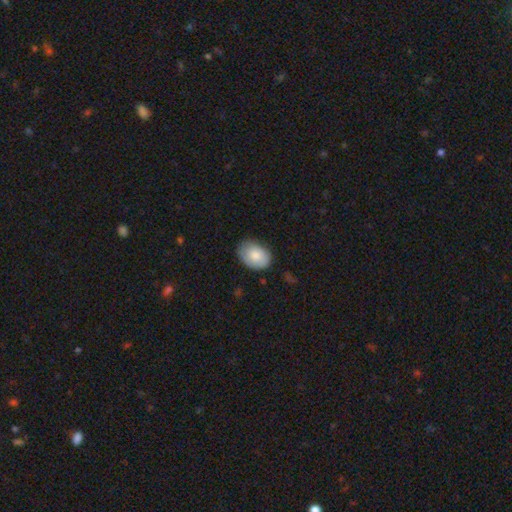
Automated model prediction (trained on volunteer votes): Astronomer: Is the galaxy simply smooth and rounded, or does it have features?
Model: smooth — 78%.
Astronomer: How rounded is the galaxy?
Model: in between — 80%.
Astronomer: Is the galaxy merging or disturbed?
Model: none — 74%.